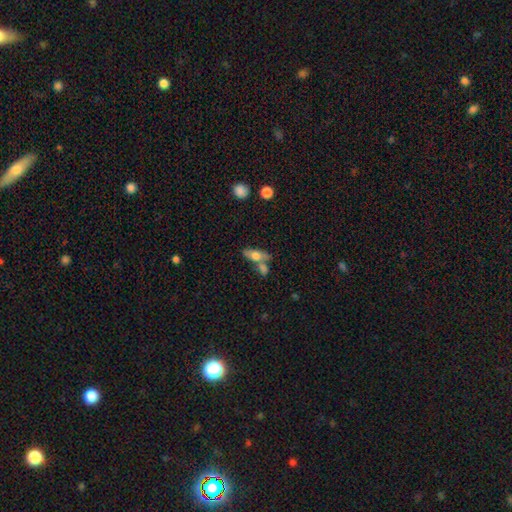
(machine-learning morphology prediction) Overall: smooth (59%; featured or disk 33%). How rounded: in between (69%). Merging: none (47%; merger 34%).